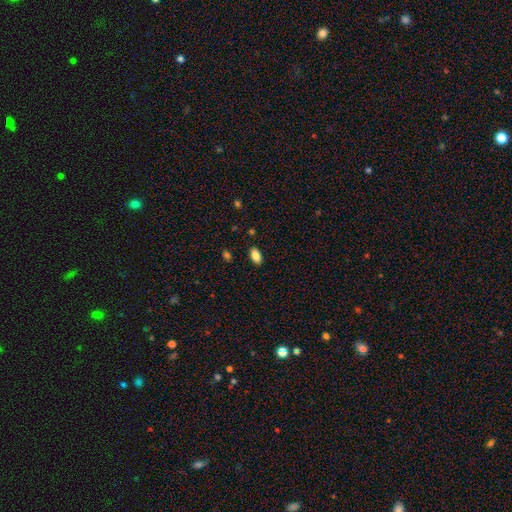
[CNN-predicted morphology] smooth_or_featured: smooth (p=0.85) [alt: star or artifact p=0.08]
how_rounded: in between (p=0.93) [alt: round p=0.04]
merging: none (p=0.88) [alt: minor disturbance p=0.09]